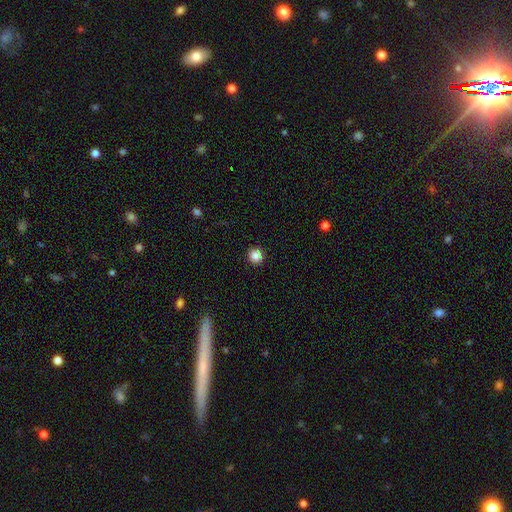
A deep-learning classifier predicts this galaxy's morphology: Q: Smooth or featured?
A: smooth (84%); runner-up: star or artifact (12%)
Q: How rounded?
A: round (94%); runner-up: in between (5%)
Q: Merging?
A: none (87%); runner-up: minor disturbance (8%)